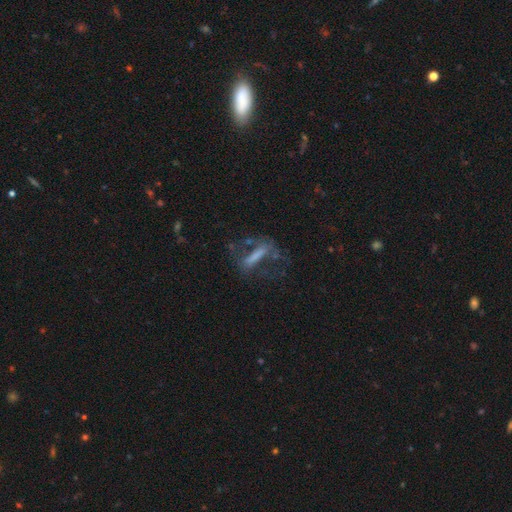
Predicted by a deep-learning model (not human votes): Morphology: type=featured or disk (51%); edge-on=no (68%); merging=none (48%).